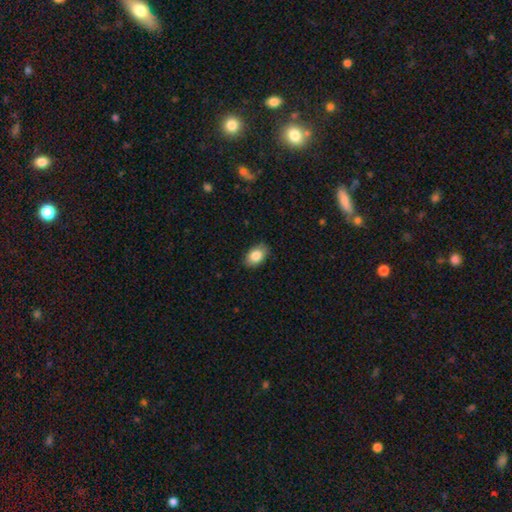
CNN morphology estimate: This appears to be a smooth galaxy with no disk features (85%) that is in between round and cigar-shaped (88%). Merging: none (86%).